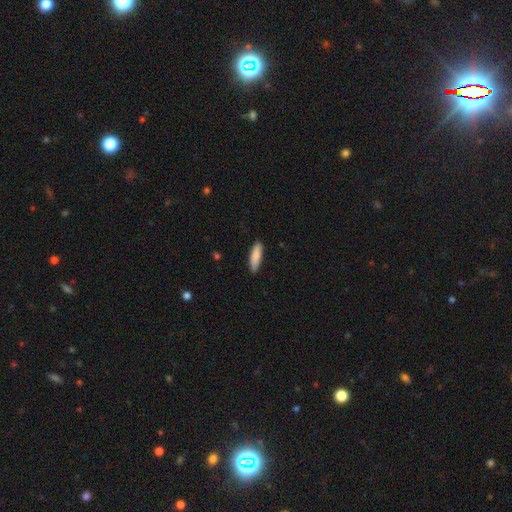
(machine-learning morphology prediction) Smooth or featured?
  - smooth: 87% *
  - featured or disk: 8%
  - star or artifact: 6%
How rounded?
  - cigar-shaped: 61% *
  - in between: 37%
  - round: 1%
Merging?
  - none: 89% *
  - minor disturbance: 9%
  - major disturbance: 2%
  - merger: 1%